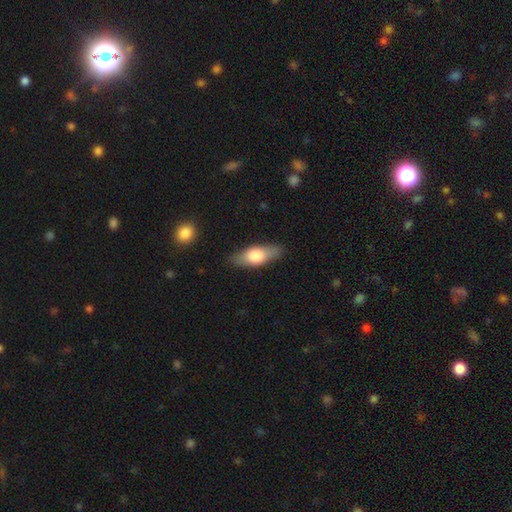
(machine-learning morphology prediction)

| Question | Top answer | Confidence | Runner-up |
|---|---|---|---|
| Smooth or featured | smooth | 64% | featured or disk (30%) |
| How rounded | in between | 68% | cigar-shaped (28%) |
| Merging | none | 83% | minor disturbance (12%) |